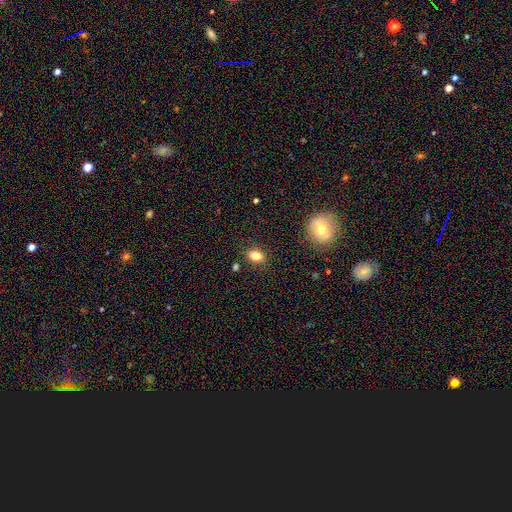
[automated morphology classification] Smooth or featured: smooth — 80% (star or artifact — 12%)
How rounded: in between — 74% (round — 24%)
Merging: none — 83% (minor disturbance — 11%)